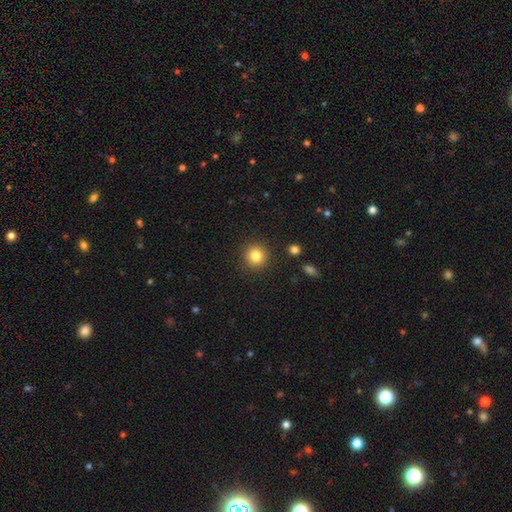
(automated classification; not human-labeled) Overall: smooth (83%). How rounded: round (93%). Merging: none (90%).